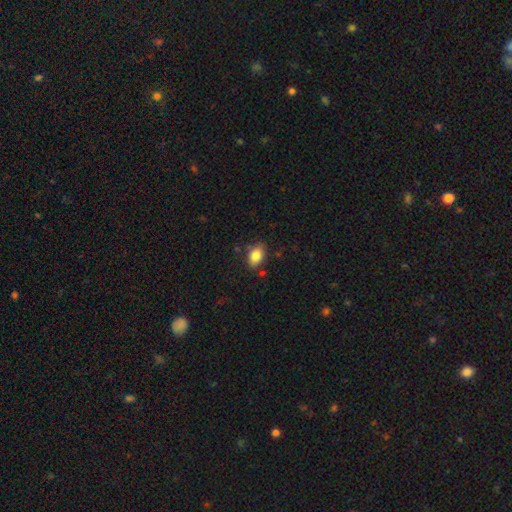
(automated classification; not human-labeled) Smooth or featured: smooth — 85% (star or artifact — 8%)
How rounded: in between — 86% (round — 12%)
Merging: none — 80% (minor disturbance — 14%)